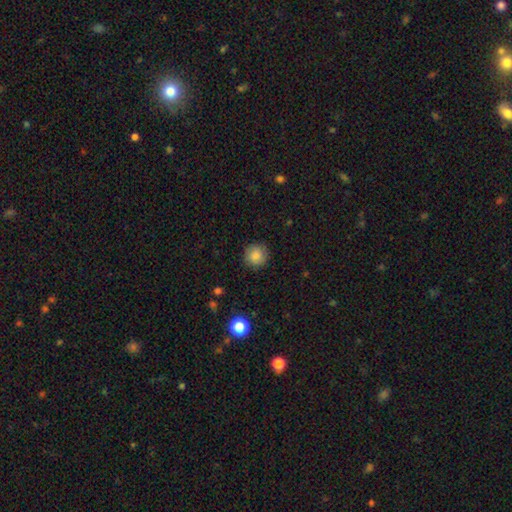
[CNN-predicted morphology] This appears to be a smooth galaxy with no disk features (85%) that is round (93%). Merging: none (88%).